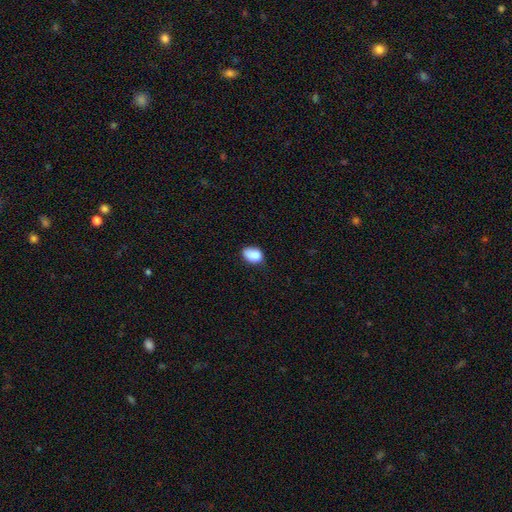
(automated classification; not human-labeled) This appears to be a smooth galaxy with no disk features (85%) that is in between round and cigar-shaped (82%). Merging: none (54%).